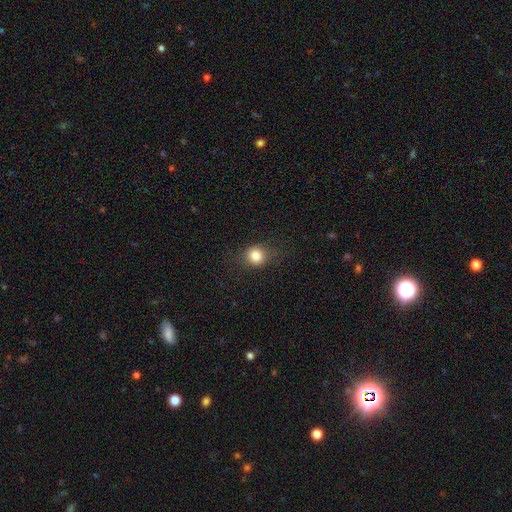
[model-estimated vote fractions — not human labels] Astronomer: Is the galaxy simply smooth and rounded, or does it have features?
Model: smooth — 82%.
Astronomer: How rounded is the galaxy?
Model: round — 80%.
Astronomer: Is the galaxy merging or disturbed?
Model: none — 80%.